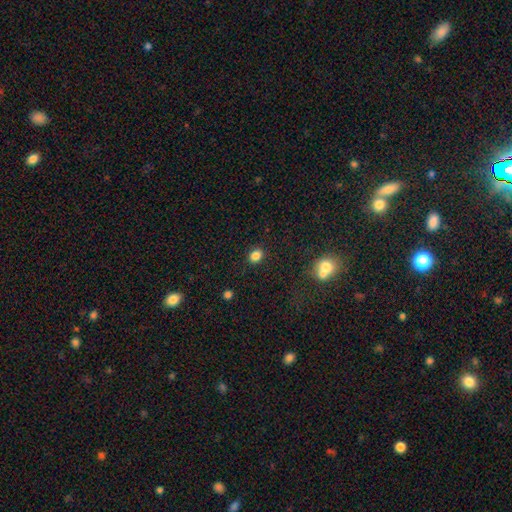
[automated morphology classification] smooth_or_featured: smooth (p=0.84) [alt: star or artifact p=0.11]
how_rounded: round (p=0.55) [alt: in between p=0.44]
merging: none (p=0.87) [alt: minor disturbance p=0.08]